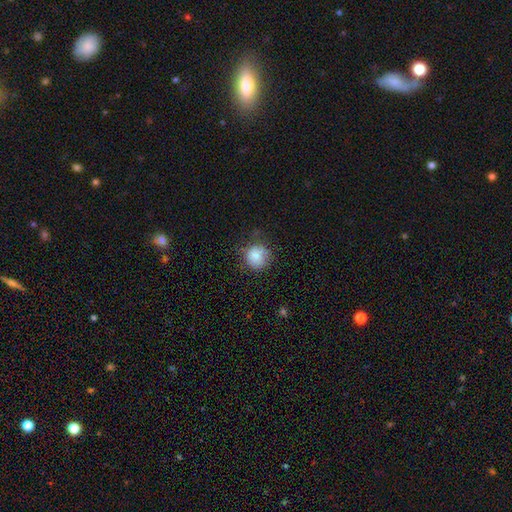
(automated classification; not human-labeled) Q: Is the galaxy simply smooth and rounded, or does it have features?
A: smooth — 84%.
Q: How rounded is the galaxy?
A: round — 88%.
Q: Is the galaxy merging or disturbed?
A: none — 67%.